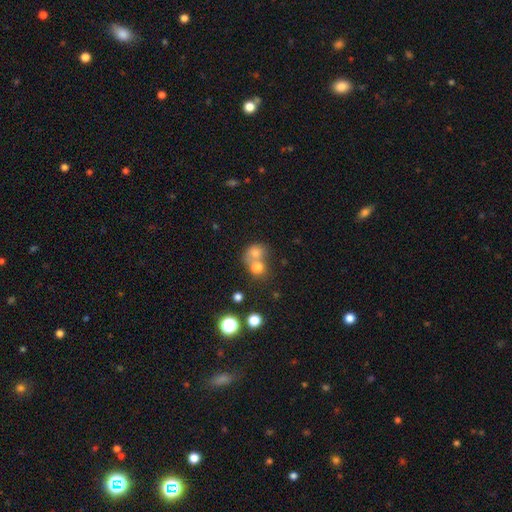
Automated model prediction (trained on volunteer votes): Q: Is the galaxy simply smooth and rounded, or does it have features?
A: smooth — 71%.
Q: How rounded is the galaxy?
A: round — 69%.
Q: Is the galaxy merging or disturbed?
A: merger — 64%.